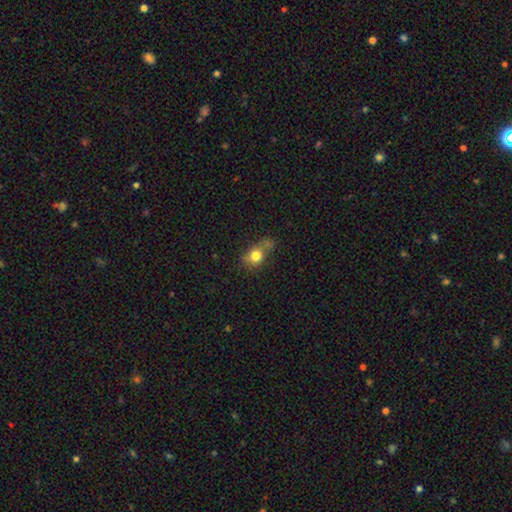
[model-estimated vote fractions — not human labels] smooth-or-featured: smooth: 76% | featured or disk: 12% | star or artifact: 12%
  how-rounded: round: 61% | in between: 37% | cigar-shaped: 3%
  merging: none: 44% | minor disturbance: 28% | major disturbance: 16% | merger: 11%